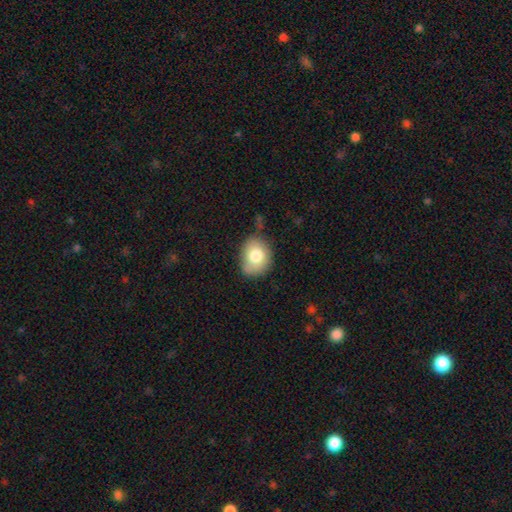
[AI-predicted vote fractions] smooth-or-featured: smooth: 79% | featured or disk: 13% | star or artifact: 8%
  how-rounded: in between: 51% | round: 48% | cigar-shaped: 1%
  merging: none: 67% | minor disturbance: 23% | major disturbance: 5% | merger: 5%